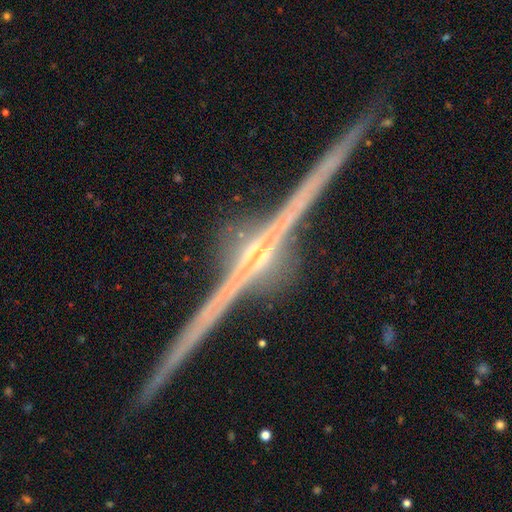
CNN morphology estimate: This appears to be a featured or disk galaxy (89%) viewed edge-on (98%) with a rounded central bulge (85%). Merging: none (91%).